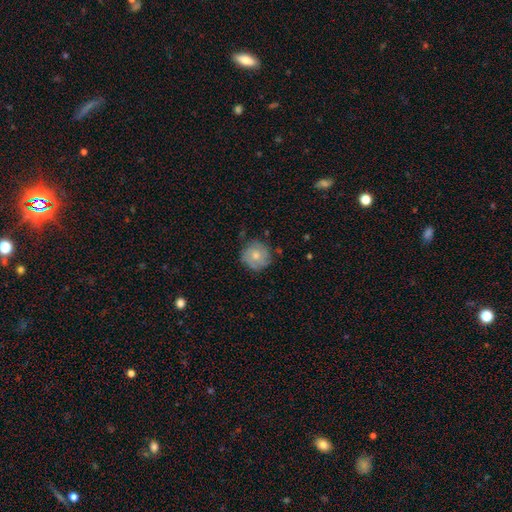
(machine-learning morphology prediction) smooth_or_featured: smooth (p=0.60) [alt: featured or disk p=0.33]
how_rounded: round (p=0.92) [alt: in between p=0.07]
merging: none (p=0.76) [alt: minor disturbance p=0.18]